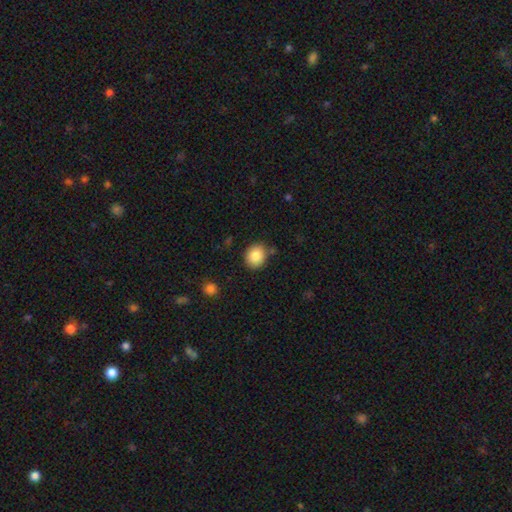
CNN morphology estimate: A smooth galaxy with no disk features (85%) that is round (74%). Merging: none (81%).